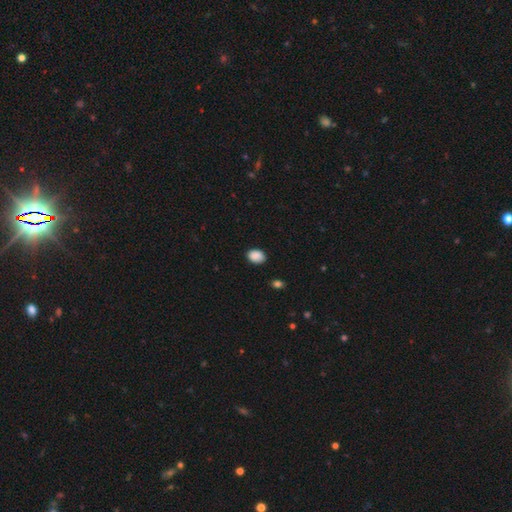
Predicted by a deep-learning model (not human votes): This is clearly a smooth galaxy (89%). How rounded: likely in between (70%). Merging: clearly none (85%).